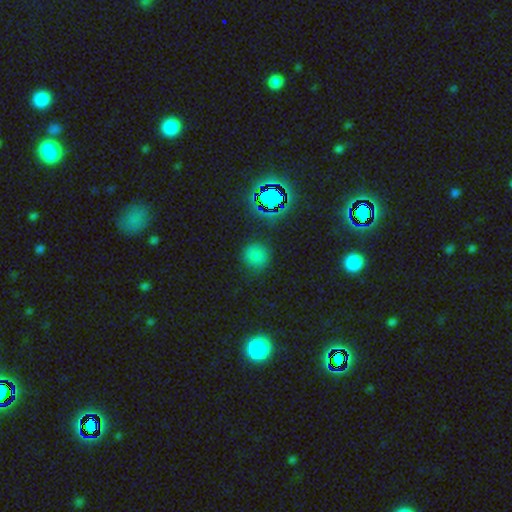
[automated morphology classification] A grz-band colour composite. It shows a smooth galaxy with no disk features (69%) that is round (91%). Merging: none (86%).